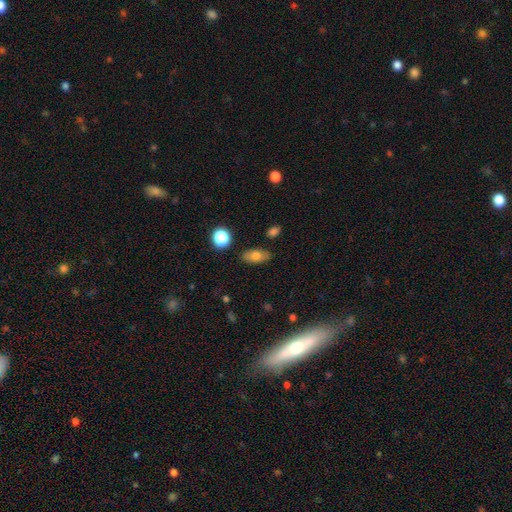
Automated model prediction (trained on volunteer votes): smooth 73%, featured or disk 17%, star or artifact 10%. Down the decision tree: how rounded — in between (86%); merging — none (84%).